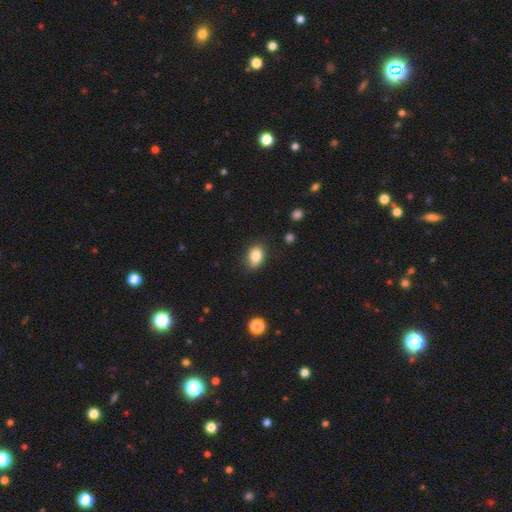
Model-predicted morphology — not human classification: Smooth or featured? Predicted: smooth (p=0.84). How rounded? Predicted: in between (p=0.74). Merging? Predicted: none (p=0.74).